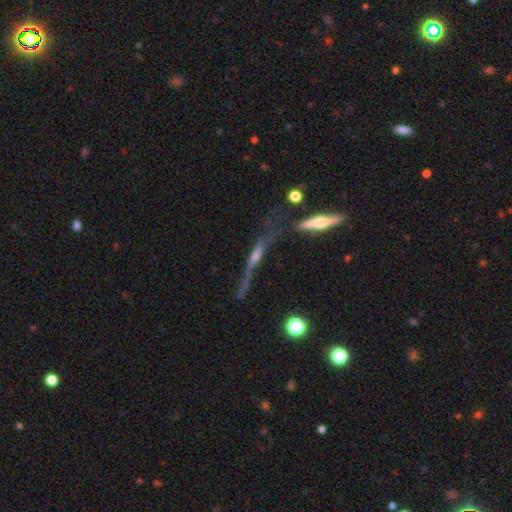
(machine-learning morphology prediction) featured or disk 71%, smooth 15%, star or artifact 13%. Down the decision tree: edge-on disk — yes (90%); edge-on bulge — rounded (79%); merging — none (57%).